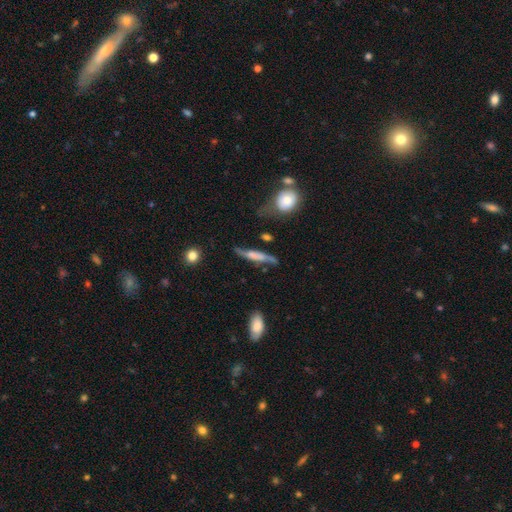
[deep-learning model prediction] Smooth or featured? featured or disk (59%)
Edge-on disk? yes (61%)
Merging? none (58%)